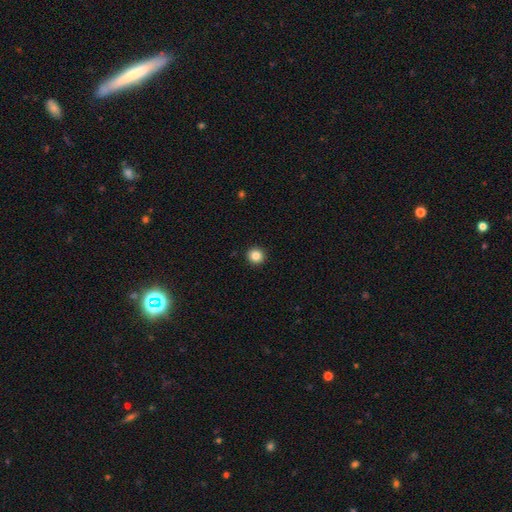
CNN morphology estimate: A smooth galaxy with no disk features (85%) that is round (95%). Merging: none (94%).